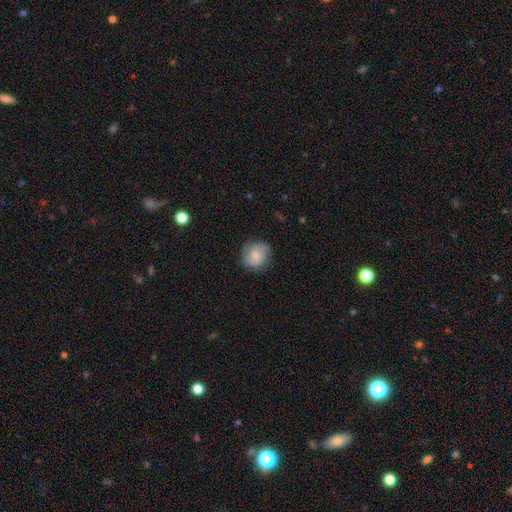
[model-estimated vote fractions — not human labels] Morphology: type=smooth (58%); roundness=round (84%); merging=none (77%).